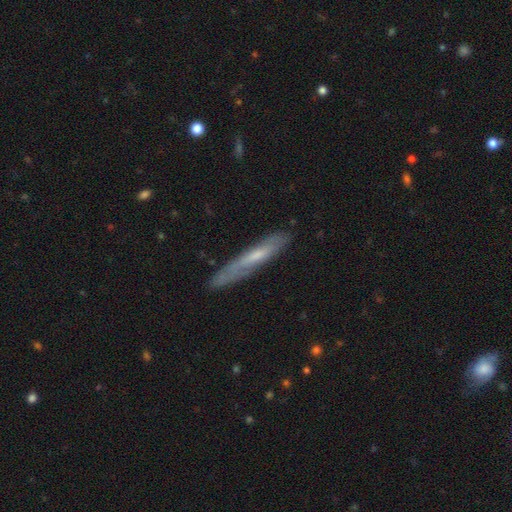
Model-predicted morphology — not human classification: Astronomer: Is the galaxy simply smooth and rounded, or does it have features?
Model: featured or disk — 53% (runner-up: smooth, 39%).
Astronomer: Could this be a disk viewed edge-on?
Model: yes — 75%.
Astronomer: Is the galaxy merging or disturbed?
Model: none — 75%.